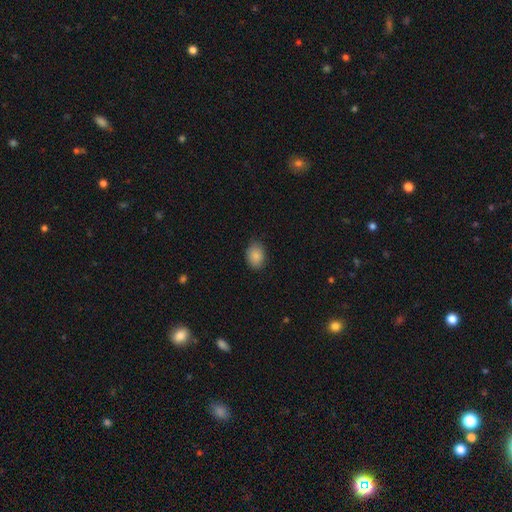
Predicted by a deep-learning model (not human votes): Smooth or featured? smooth (87%)
How rounded? in between (69%)
Merging? none (83%)